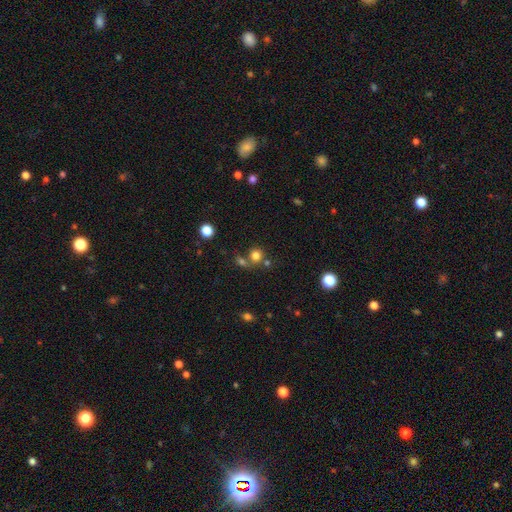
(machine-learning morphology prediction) This appears to be a smooth galaxy with no disk features (77%) that is round (87%). Merging: none (59%).